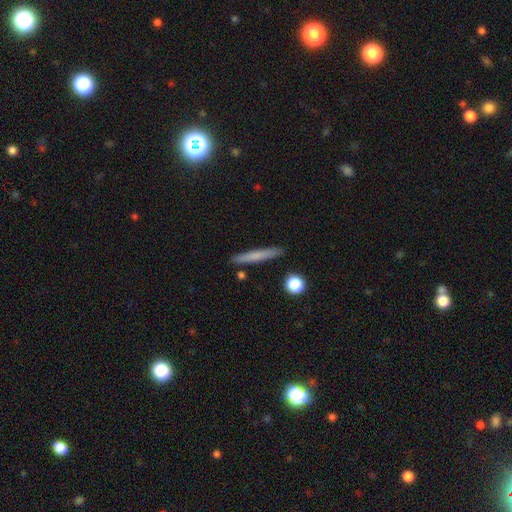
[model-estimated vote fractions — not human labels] A smooth galaxy with no disk features (67%) that is cigar-shaped (95%). Merging: none (89%).